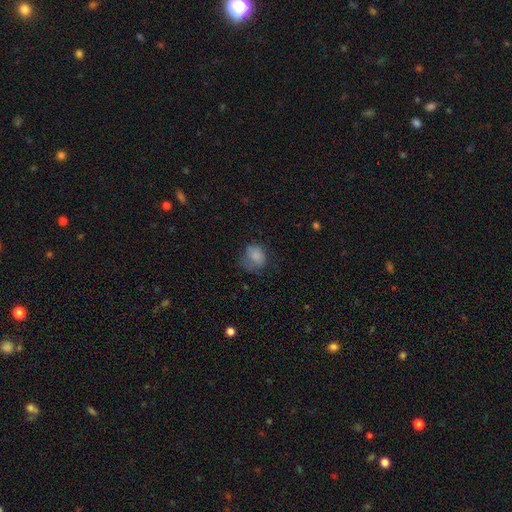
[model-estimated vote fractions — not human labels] A smooth galaxy with no disk features (76%) that is round (60%). Merging: none (45%).